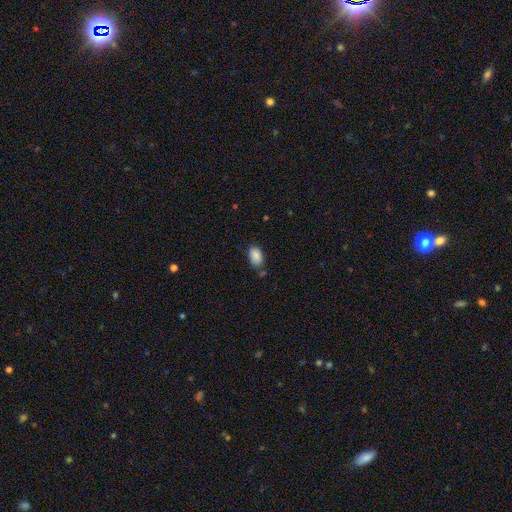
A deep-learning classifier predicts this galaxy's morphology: This is clearly a smooth galaxy (88%). How rounded: clearly in between (91%). Merging: likely none (72%).